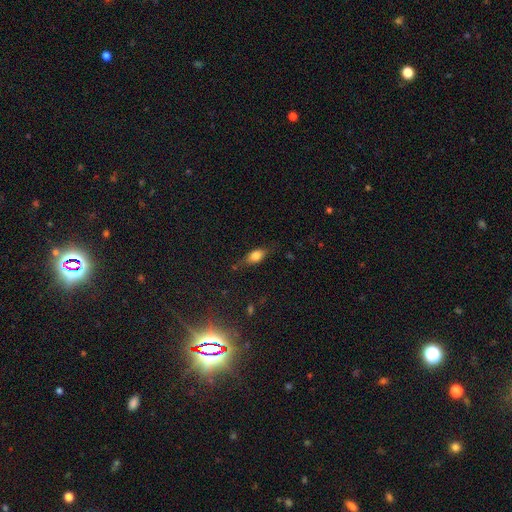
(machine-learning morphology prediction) type=smooth (72%); roundness=in between (79%); merging=none (68%).